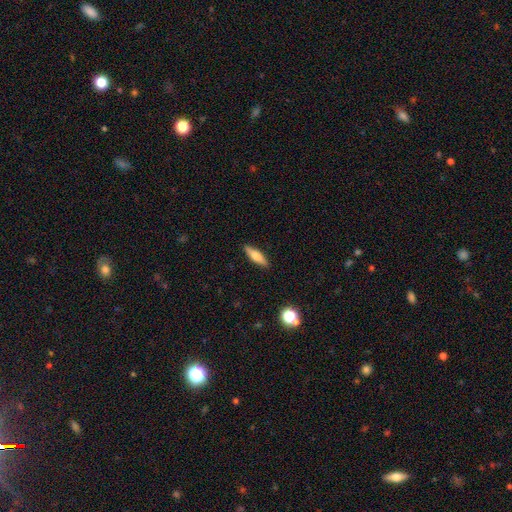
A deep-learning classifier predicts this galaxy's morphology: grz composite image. It shows a smooth galaxy with no disk features (61%) that is cigar-shaped (63%). Merging: none (89%).